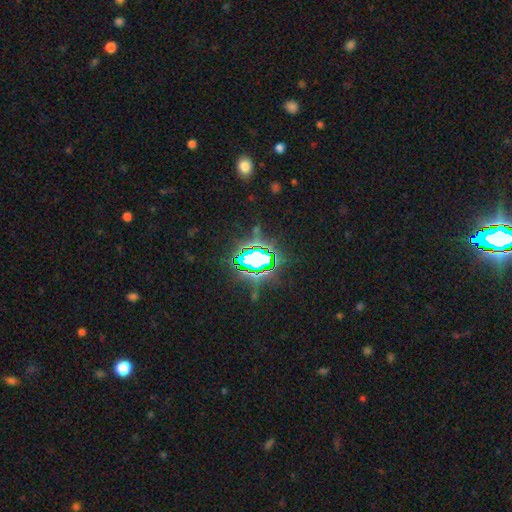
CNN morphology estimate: The model was most divided on "smooth or featured": star or artifact: 80%, smooth: 12%, featured or disk: 8%.